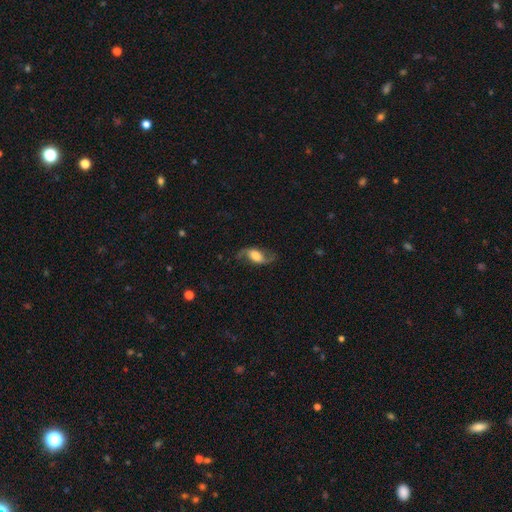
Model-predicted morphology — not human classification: Q: Smooth or featured?
A: featured or disk (76%); runner-up: smooth (17%)
Q: Edge-on disk?
A: no (94%); runner-up: yes (6%)
Q: Bar?
A: no (42%); runner-up: weak (39%)
Q: Spiral arms?
A: yes (94%); runner-up: no (6%)
Q: Spiral winding?
A: loose (74%); runner-up: medium (21%)
Q: Spiral arm count?
A: 2 (93%); runner-up: 1 (2%)
Q: Bulge size?
A: large (40%); runner-up: moderate (32%)
Q: Merging?
A: none (74%); runner-up: minor disturbance (16%)